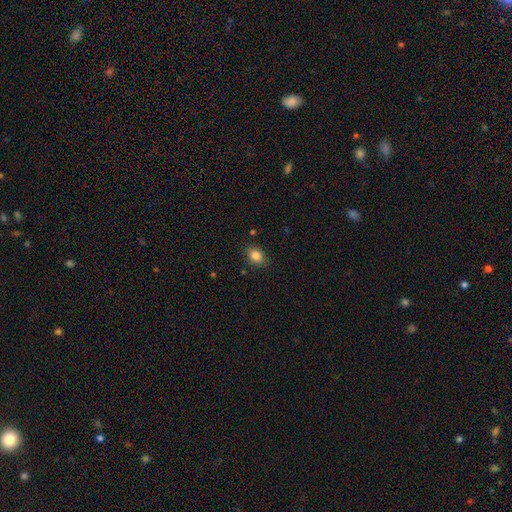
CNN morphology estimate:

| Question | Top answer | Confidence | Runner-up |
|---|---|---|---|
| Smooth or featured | smooth | 85% | star or artifact (10%) |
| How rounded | in between | 64% | round (35%) |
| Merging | none | 84% | minor disturbance (11%) |